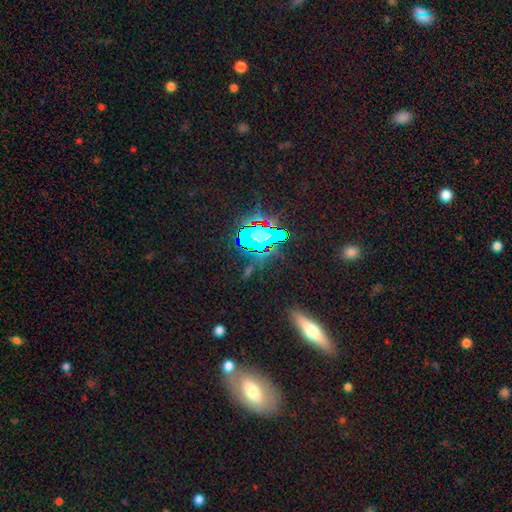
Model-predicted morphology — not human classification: Smooth or featured? star or artifact (59%)